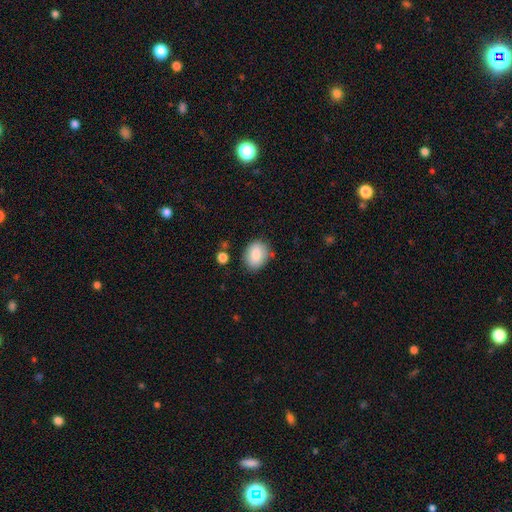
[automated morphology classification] This appears to be a smooth galaxy with no disk features (86%) that is in between round and cigar-shaped (56%). Merging: none (78%).